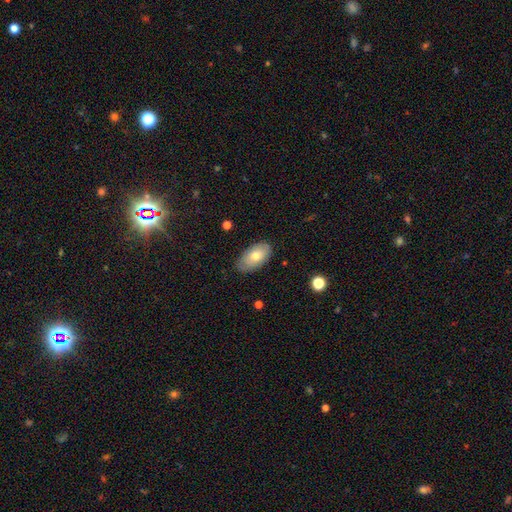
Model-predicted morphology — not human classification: This appears to be a smooth galaxy with no disk features (72%) that is in between round and cigar-shaped (94%). Merging: none (81%).